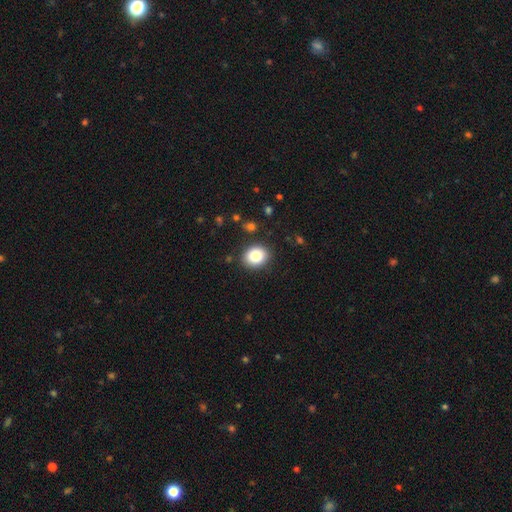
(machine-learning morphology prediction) A smooth galaxy with no disk features (84%) that is round (58%).

Vote fractions:
- Smooth or featured? smooth: 84% / star or artifact: 9% / featured or disk: 7%
- How rounded? round: 58% / in between: 41% / cigar-shaped: 1%
- Merging? none: 88% / minor disturbance: 8% / major disturbance: 3% / merger: 1%